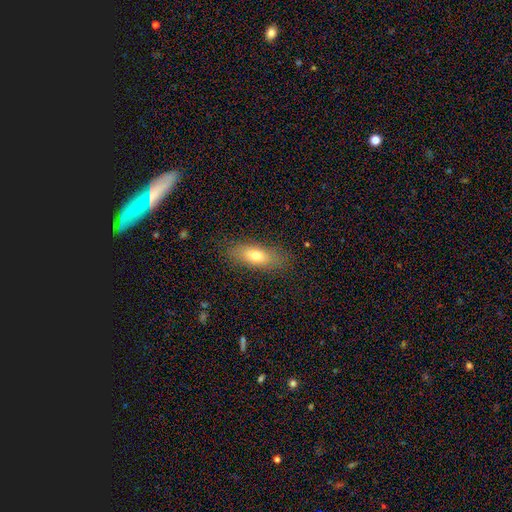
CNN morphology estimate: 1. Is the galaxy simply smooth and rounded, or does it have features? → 73% smooth, 19% featured or disk, 8% star or artifact.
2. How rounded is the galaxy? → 68% in between, 27% cigar-shaped, 4% round.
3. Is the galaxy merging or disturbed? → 84% none, 11% minor disturbance, 3% major disturbance, 1% merger.